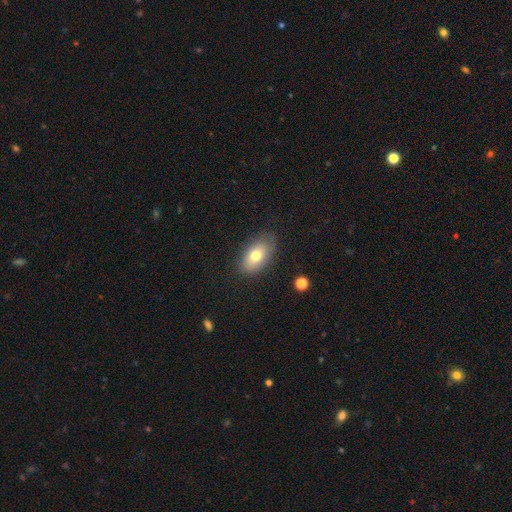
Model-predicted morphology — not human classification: smooth 73%, featured or disk 19%, star or artifact 9%. Down the decision tree: how rounded — in between (89%); merging — none (80%).